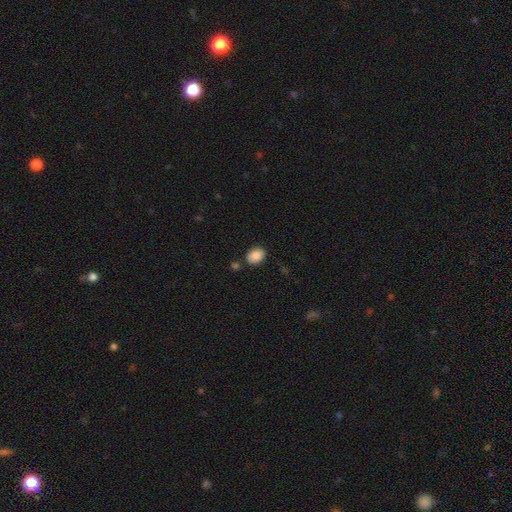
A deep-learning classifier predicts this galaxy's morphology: This is clearly a smooth galaxy (88%). How rounded: likely in between (66%). Merging: clearly none (81%).